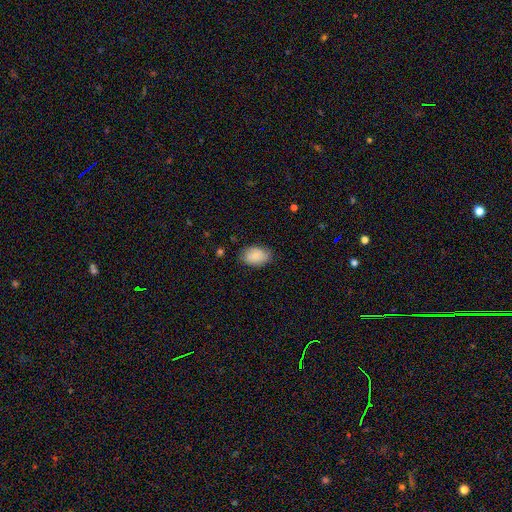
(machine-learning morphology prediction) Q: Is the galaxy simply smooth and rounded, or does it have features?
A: smooth — 85%.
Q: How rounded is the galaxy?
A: in between — 87%.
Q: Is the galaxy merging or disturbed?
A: none — 77%.